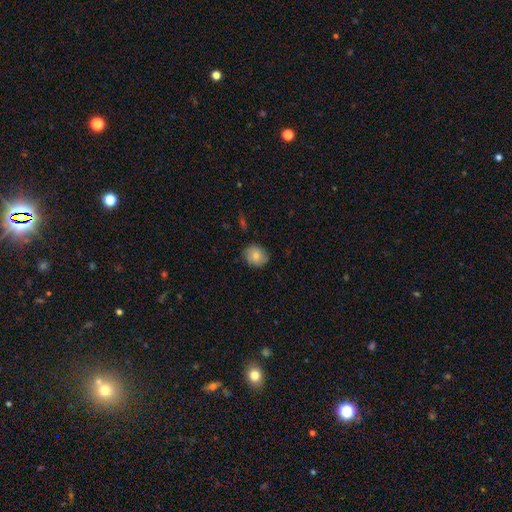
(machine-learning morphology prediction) A smooth galaxy with no disk features (78%) that is round (64%).

Vote fractions:
- Smooth or featured? smooth: 78% / featured or disk: 15% / star or artifact: 8%
- How rounded? round: 64% / in between: 35% / cigar-shaped: 1%
- Merging? none: 80% / minor disturbance: 16% / major disturbance: 3% / merger: 1%